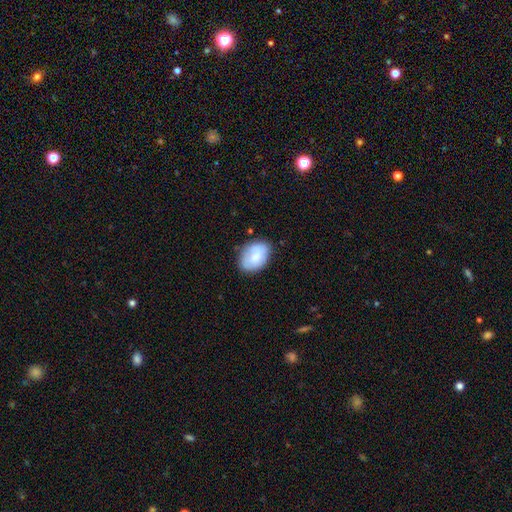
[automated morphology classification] type=smooth (71%); roundness=in between (81%); merging=none (70%).